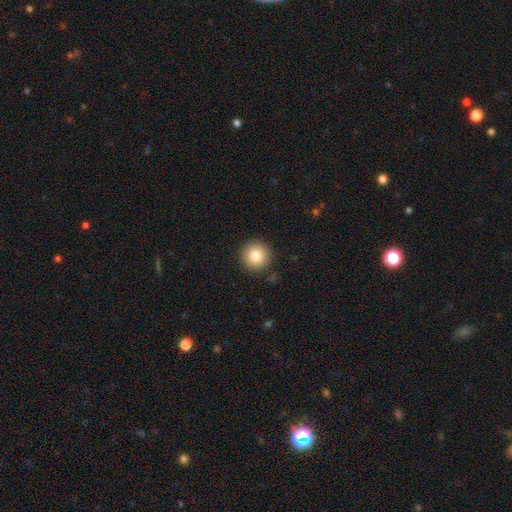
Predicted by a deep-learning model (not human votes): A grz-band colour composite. It shows a smooth galaxy with no disk features (83%) that is round (95%). Merging: none (90%).